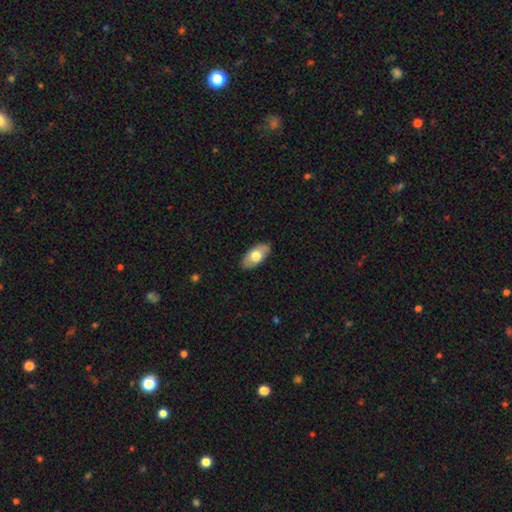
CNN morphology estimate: Q: Smooth or featured?
A: smooth (69%); runner-up: featured or disk (26%)
Q: How rounded?
A: in between (93%); runner-up: cigar-shaped (4%)
Q: Merging?
A: none (87%); runner-up: minor disturbance (10%)